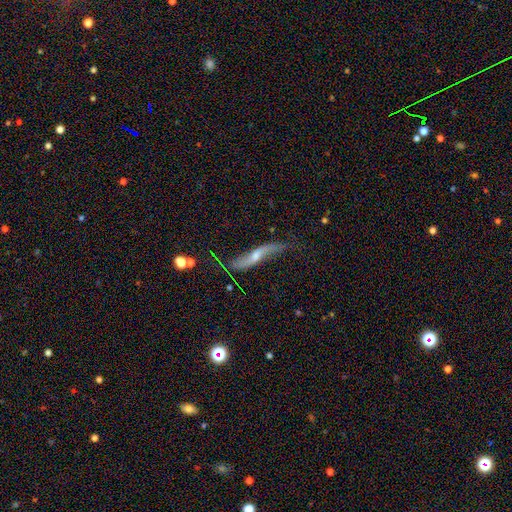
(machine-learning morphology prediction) The model was most divided on "bulge size": small: 51%, moderate: 40%, none: 5%, large: 2%, dominant: 1%. Remaining: spiral arms — yes (91%); smooth or featured — featured or disk (78%); edge-on disk — no (64%); merging — none (60%); bar — no (49%).